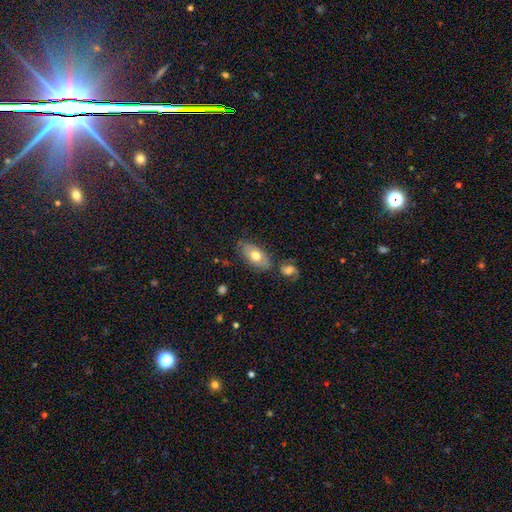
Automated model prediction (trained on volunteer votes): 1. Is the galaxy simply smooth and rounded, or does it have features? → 66% smooth, 27% featured or disk, 7% star or artifact.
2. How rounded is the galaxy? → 90% in between, 5% round, 5% cigar-shaped.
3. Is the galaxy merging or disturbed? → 70% none, 16% minor disturbance, 9% merger, 4% major disturbance.